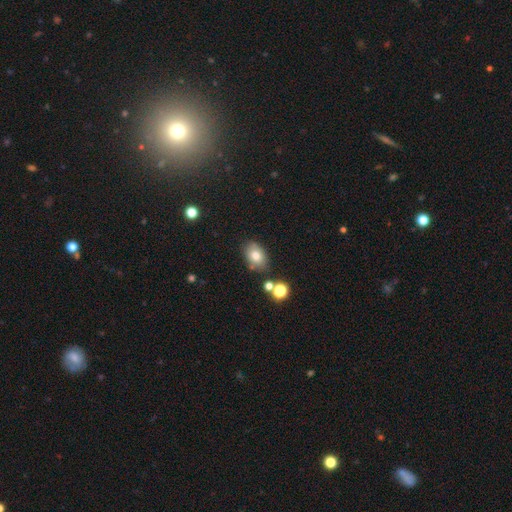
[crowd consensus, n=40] Smooth or featured? 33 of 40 (82%) said smooth. How rounded? 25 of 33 (76%) said in between. Merging? 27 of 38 (71%) said none.